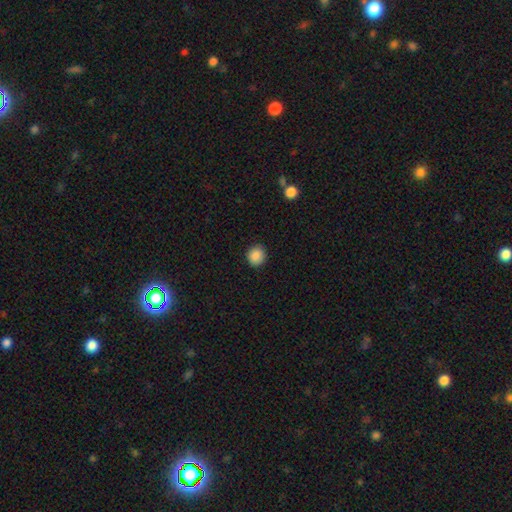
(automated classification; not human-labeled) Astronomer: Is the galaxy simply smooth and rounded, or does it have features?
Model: smooth — 88%.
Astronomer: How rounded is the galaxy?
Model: round — 86%.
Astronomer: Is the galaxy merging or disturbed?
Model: none — 90%.